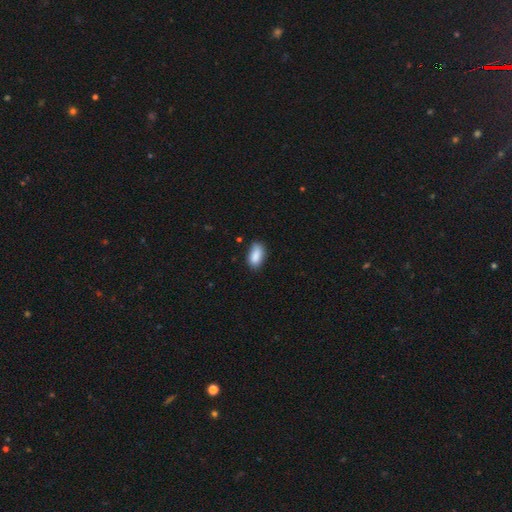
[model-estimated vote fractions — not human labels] Smooth or featured? Predicted: smooth (p=0.87). How rounded? Predicted: in between (p=0.90). Merging? Predicted: none (p=0.72).